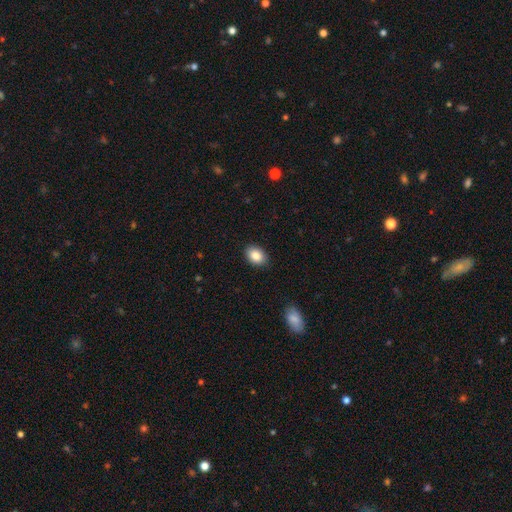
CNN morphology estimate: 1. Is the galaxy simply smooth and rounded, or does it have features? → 86% smooth, 8% star or artifact, 6% featured or disk.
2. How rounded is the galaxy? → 79% in between, 20% round, 1% cigar-shaped.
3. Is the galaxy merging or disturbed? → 88% none, 9% minor disturbance, 2% major disturbance, 1% merger.